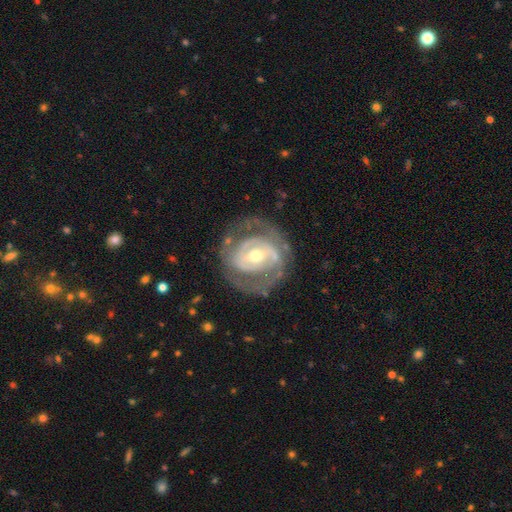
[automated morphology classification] Overall: featured or disk (83%). Edge-on disk: no (96%). Bar: weak (40%; no 33%). Spiral arms: yes (78%). Spiral arm count: 2 (59%; can't tell 25%). Spiral winding: tight (54%; medium 34%). Bulge size: moderate (59%; small 35%). Merging: none (71%).